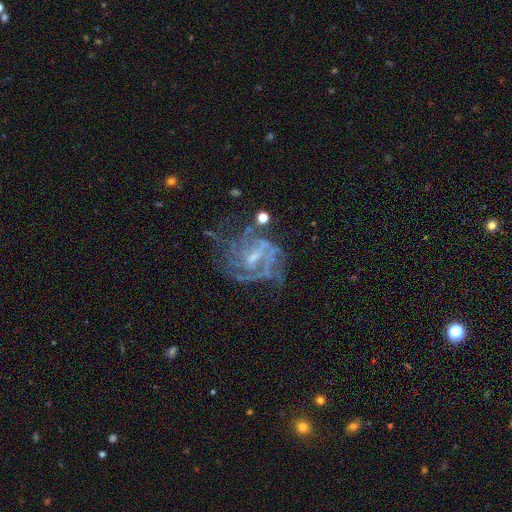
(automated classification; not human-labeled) smooth-or-featured: featured or disk: 81% | star or artifact: 11% | smooth: 8%
  disk-edge-on: no: 97% | yes: 3%
    bar: weak: 52% | no: 27% | strong: 21%
    has-spiral-arms: yes: 82% | no: 18%
      spiral-winding: tight: 45% | medium: 40% | loose: 15%
      spiral-arm-count: can't tell: 43% | 3: 18% | 2: 17% | 4: 11% | 1: 6% | more than 4: 5%
    bulge-size: small: 47% | moderate: 26% | none: 24% | large: 2% | dominant: 1%
  merging: none: 46% | major disturbance: 28% | minor disturbance: 20% | merger: 6%